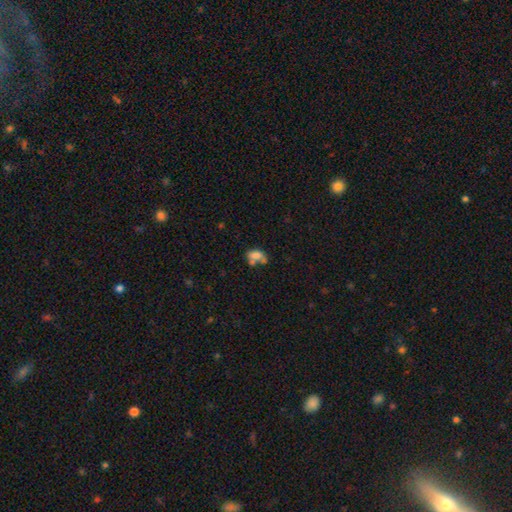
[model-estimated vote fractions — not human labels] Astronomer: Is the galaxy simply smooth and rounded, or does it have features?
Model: smooth — 69%.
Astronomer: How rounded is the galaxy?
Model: in between — 81%.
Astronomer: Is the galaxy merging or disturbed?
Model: merger — 41% (runner-up: none, 29%).